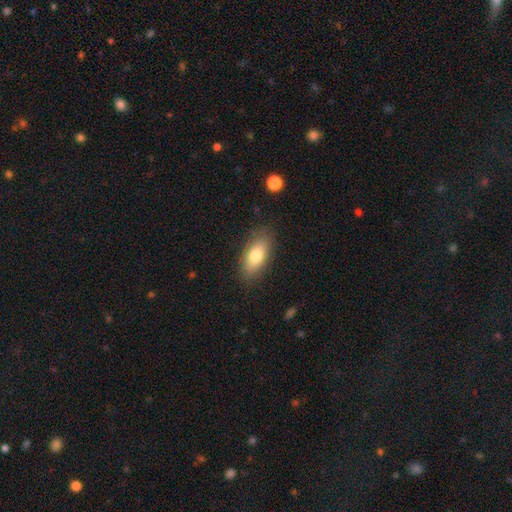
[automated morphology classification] This appears to be a smooth galaxy with no disk features (77%) that is in between round and cigar-shaped (86%). Merging: none (83%).